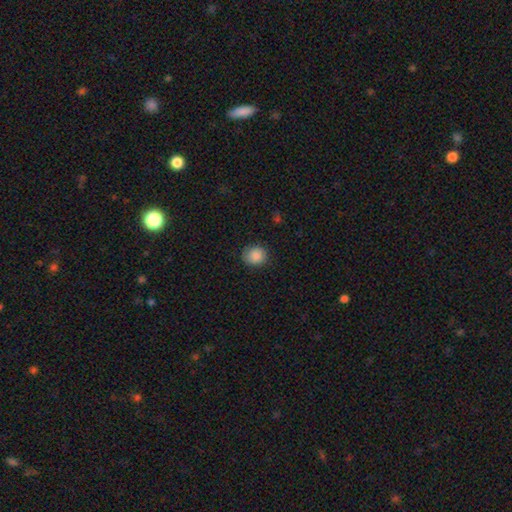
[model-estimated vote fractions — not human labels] Smooth or featured? smooth (85%)
How rounded? round (75%)
Merging? none (77%)